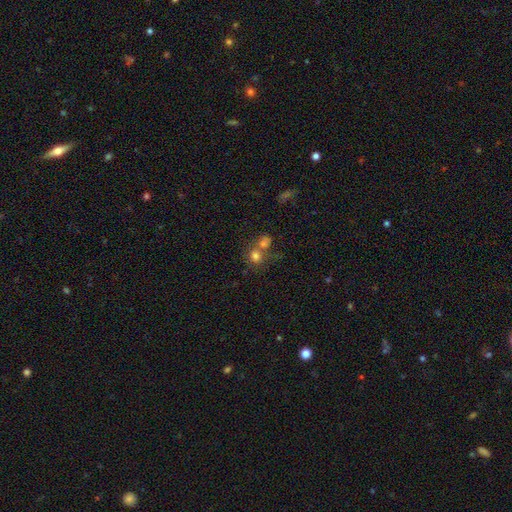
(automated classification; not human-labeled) smooth-or-featured: smooth: 74% | star or artifact: 14% | featured or disk: 12%
  how-rounded: round: 76% | in between: 23% | cigar-shaped: 1%
  merging: merger: 50% | none: 37% | minor disturbance: 8% | major disturbance: 5%